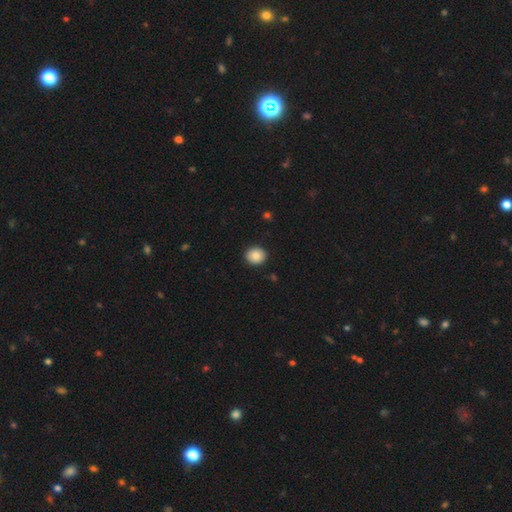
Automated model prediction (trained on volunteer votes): The model was most divided on "how rounded": round: 79%, in between: 20%, cigar-shaped: 1%. More confident: merging — none (91%); smooth or featured — smooth (84%).